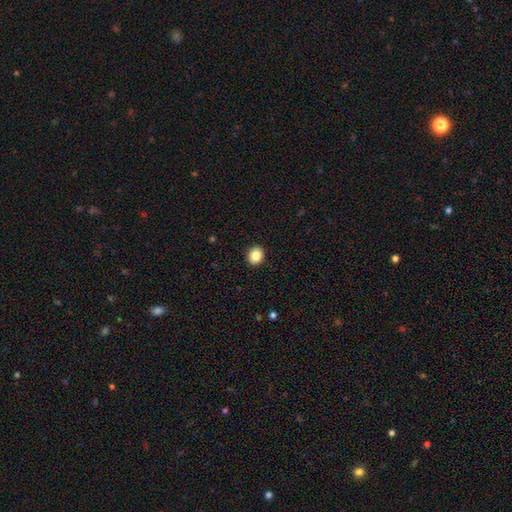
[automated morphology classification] Overall: smooth (87%). How rounded: round (74%). Merging: none (92%).